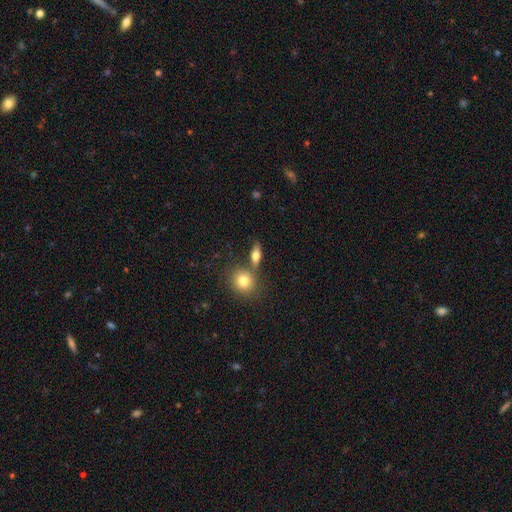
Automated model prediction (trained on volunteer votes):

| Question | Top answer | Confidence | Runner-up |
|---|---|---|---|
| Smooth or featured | smooth | 64% | featured or disk (26%) |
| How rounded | in between | 61% | cigar-shaped (20%) |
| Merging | none | 67% | merger (17%) |